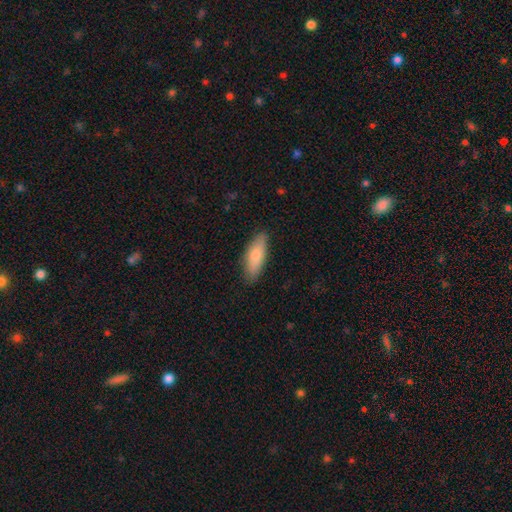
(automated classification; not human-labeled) This is likely a smooth galaxy (77%). How rounded: likely in between (65%). Merging: clearly none (84%).